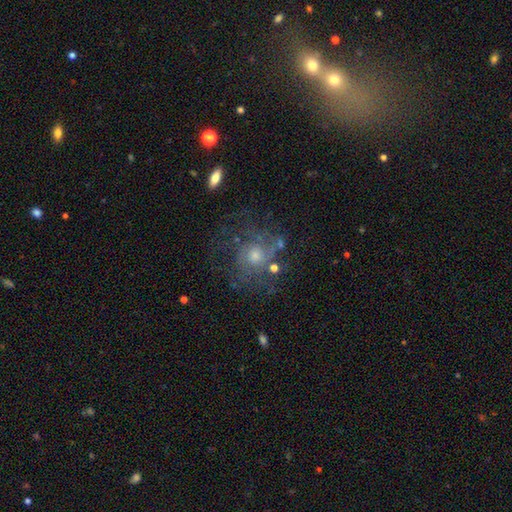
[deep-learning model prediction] Overall: featured or disk (58%; smooth 28%). Edge-on disk: no (97%). Bar: no (82%). Spiral arms: yes (68%; no 32%). Bulge size: moderate (48%; small 41%). Merging: none (55%; major disturbance 23%).